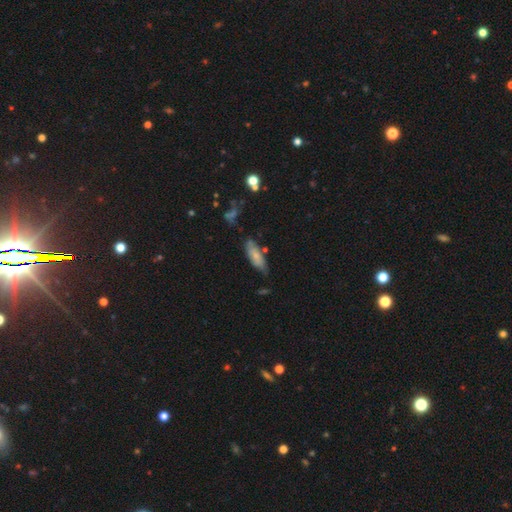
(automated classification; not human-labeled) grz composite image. It shows a smooth galaxy with no disk features (73%) that is in between round and cigar-shaped (64%). Merging: none (62%).